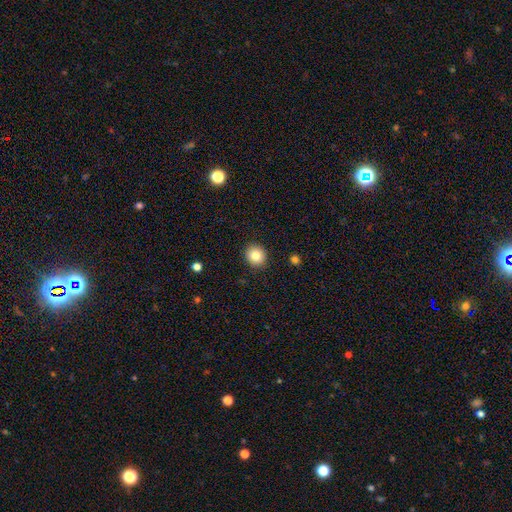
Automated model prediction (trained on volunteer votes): Smooth or featured?
  - smooth: 83% *
  - star or artifact: 10%
  - featured or disk: 7%
How rounded?
  - round: 86% *
  - in between: 13%
  - cigar-shaped: 1%
Merging?
  - none: 92% *
  - minor disturbance: 6%
  - major disturbance: 2%
  - merger: 1%